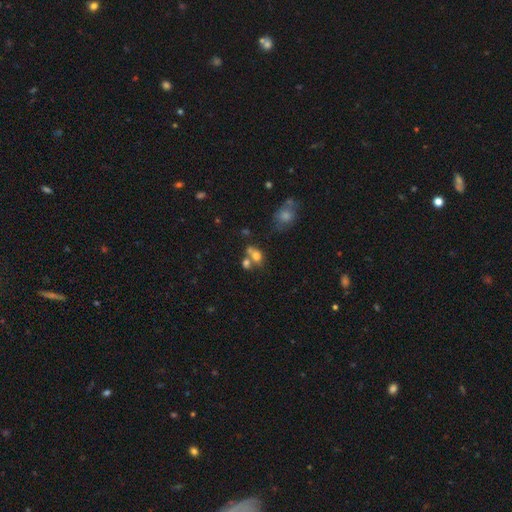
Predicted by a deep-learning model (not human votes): Overall: smooth (69%). How rounded: in between (61%; round 37%). Merging: merger (51%; none 31%).